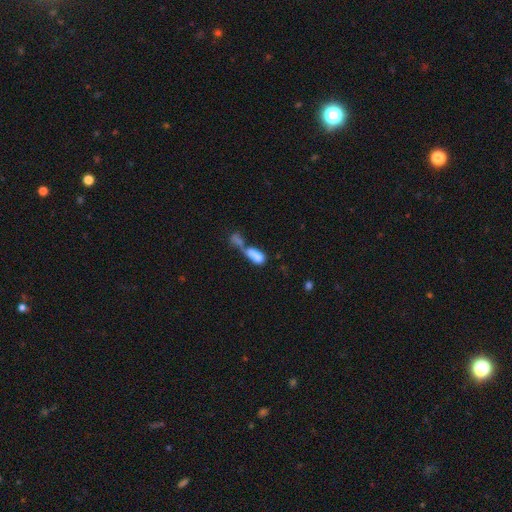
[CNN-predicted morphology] smooth_or_featured: smooth (p=0.72) [alt: featured or disk p=0.18]
how_rounded: in between (p=0.69) [alt: cigar-shaped p=0.25]
merging: merger (p=0.66) [alt: none p=0.13]